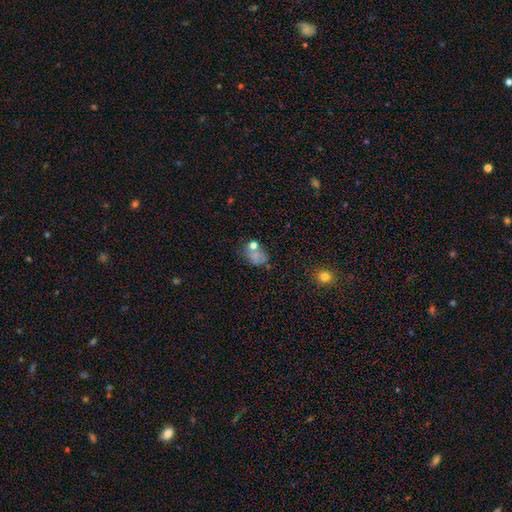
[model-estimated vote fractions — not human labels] Smooth or featured: smooth — 63% (star or artifact — 22%)
How rounded: in between — 59% (round — 40%)
Merging: none — 54% (minor disturbance — 19%)